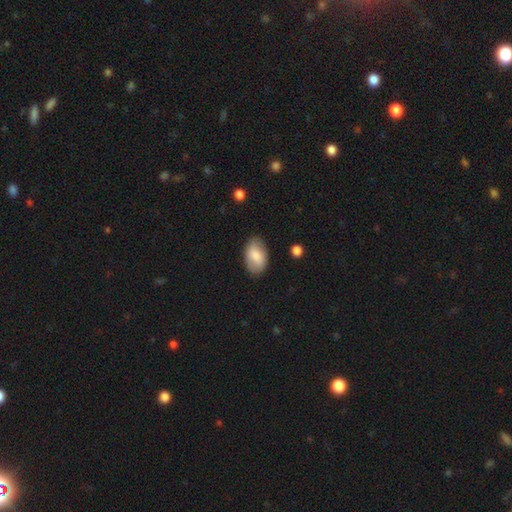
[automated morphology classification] Smooth or featured? smooth (75%)
How rounded? in between (93%)
Merging? none (81%)